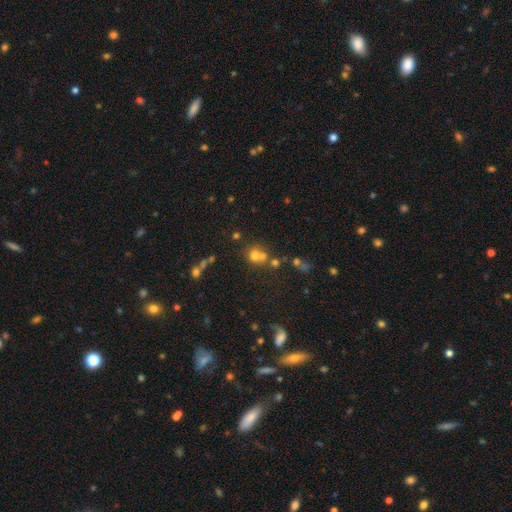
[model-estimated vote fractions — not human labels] A smooth galaxy with no disk features (65%) that is round (81%).

Vote fractions:
- Smooth or featured? smooth: 65% / star or artifact: 19% / featured or disk: 15%
- How rounded? round: 81% / in between: 18% / cigar-shaped: 1%
- Merging? merger: 44% / none: 43% / minor disturbance: 8% / major disturbance: 4%